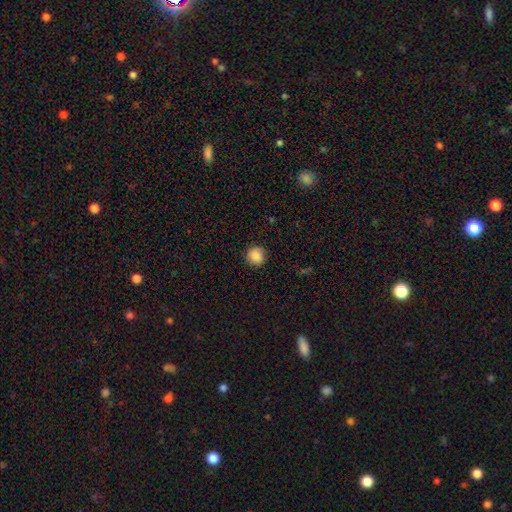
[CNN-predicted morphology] smooth 88%, star or artifact 9%, featured or disk 3%. Down the decision tree: how rounded — round (90%); merging — none (89%).